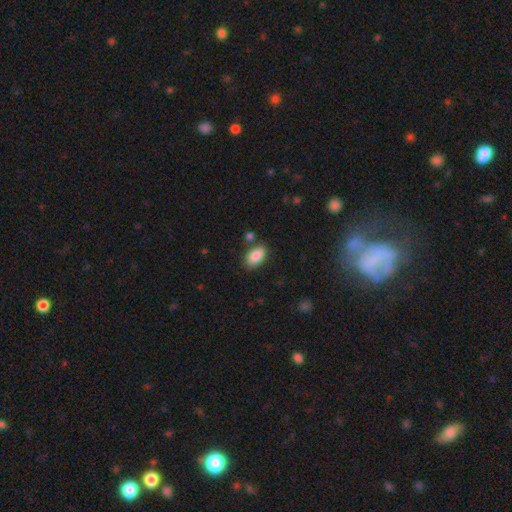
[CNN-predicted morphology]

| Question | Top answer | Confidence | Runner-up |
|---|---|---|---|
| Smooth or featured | smooth | 87% | star or artifact (7%) |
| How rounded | in between | 92% | round (6%) |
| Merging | none | 76% | minor disturbance (14%) |